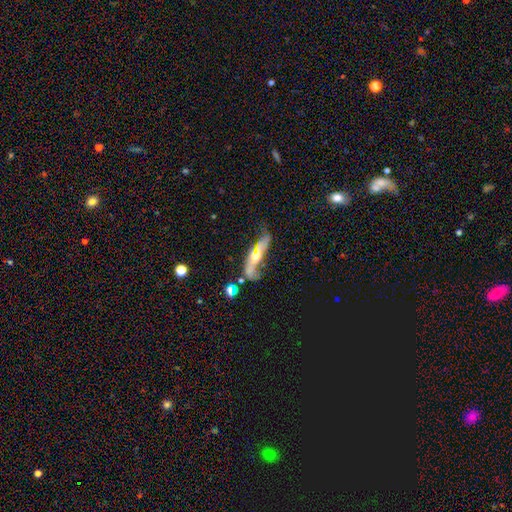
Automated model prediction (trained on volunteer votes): Smooth or featured: featured or disk — 58% (smooth — 33%)
Edge-on disk: yes — 56% (no — 44%)
Merging: none — 38% (major disturbance — 25%)